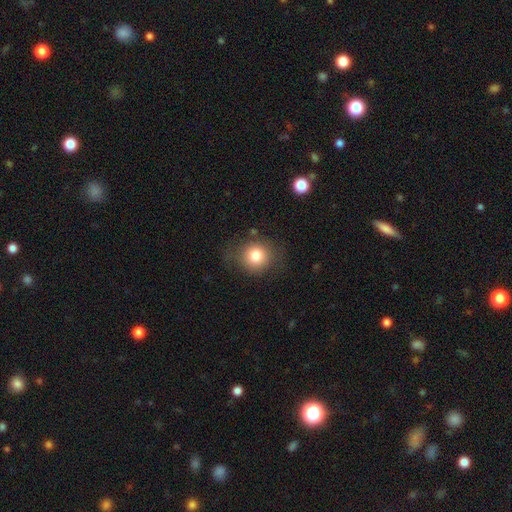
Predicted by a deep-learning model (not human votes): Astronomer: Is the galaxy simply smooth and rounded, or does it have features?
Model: smooth — 79%.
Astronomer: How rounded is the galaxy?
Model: round — 85%.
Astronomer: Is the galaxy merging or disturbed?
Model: none — 77%.